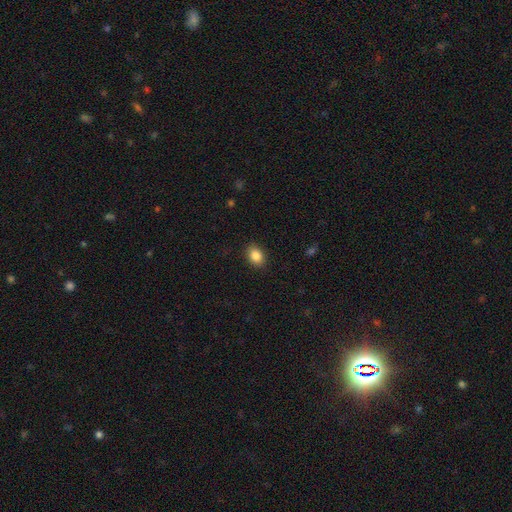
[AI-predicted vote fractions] Smooth or featured? smooth (86%)
How rounded? in between (69%)
Merging? none (89%)